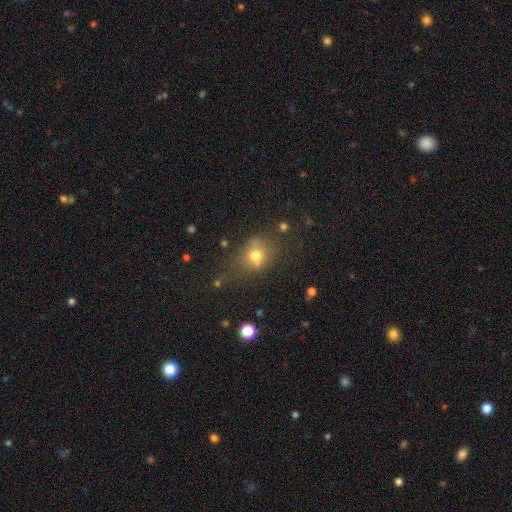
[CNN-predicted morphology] Smooth or featured?
  - smooth: 70% *
  - star or artifact: 16%
  - featured or disk: 15%
How rounded?
  - round: 60% *
  - in between: 38%
  - cigar-shaped: 2%
Merging?
  - none: 61% *
  - minor disturbance: 20%
  - major disturbance: 12%
  - merger: 7%